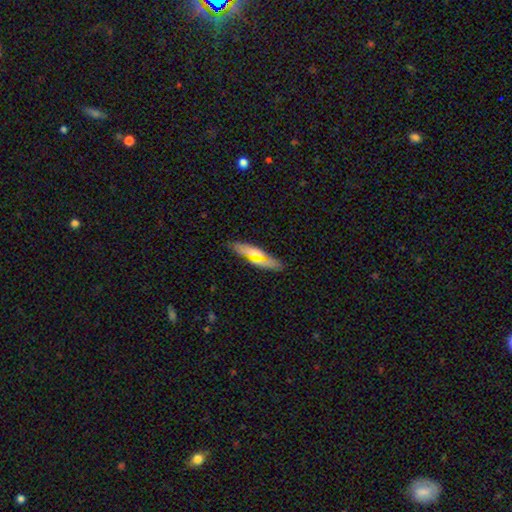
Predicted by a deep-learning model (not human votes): Q: Smooth or featured?
A: smooth (54%); runner-up: featured or disk (36%)
Q: How rounded?
A: cigar-shaped (62%); runner-up: in between (35%)
Q: Merging?
A: none (85%); runner-up: minor disturbance (11%)